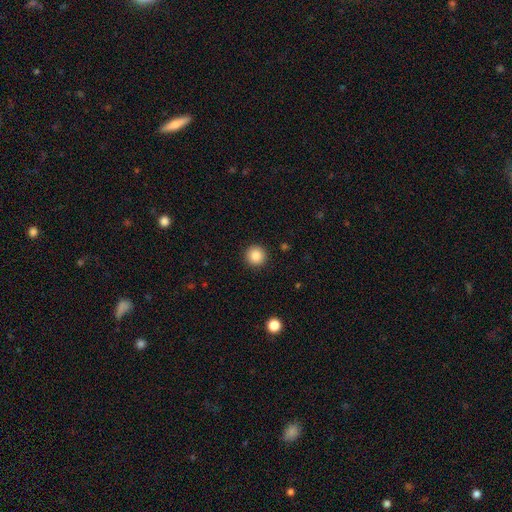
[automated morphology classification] smooth_or_featured: smooth (p=0.87) [alt: star or artifact p=0.09]
how_rounded: round (p=0.96) [alt: in between p=0.03]
merging: none (p=0.92) [alt: minor disturbance p=0.05]